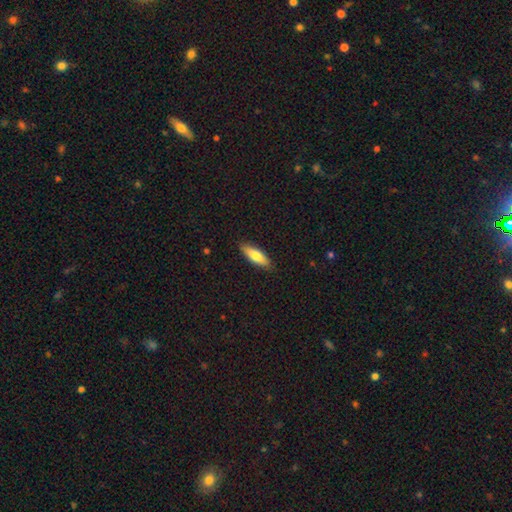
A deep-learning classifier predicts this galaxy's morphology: Overall: smooth (75%). How rounded: in between (51%; cigar-shaped 47%). Merging: none (88%).